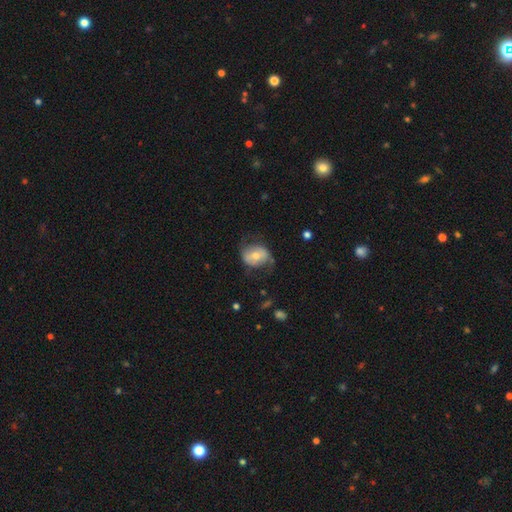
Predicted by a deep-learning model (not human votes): Morphology: type=featured or disk (47%); merging=none (57%).